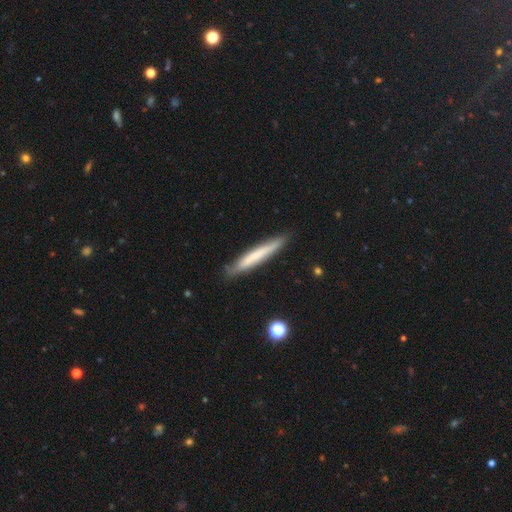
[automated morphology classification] A smooth galaxy with no disk features (60%) that is cigar-shaped (95%).

Vote fractions:
- Smooth or featured? smooth: 60% / featured or disk: 35% / star or artifact: 6%
- How rounded? cigar-shaped: 95% / in between: 4% / round: 1%
- Merging? none: 86% / minor disturbance: 11% / major disturbance: 2% / merger: 2%